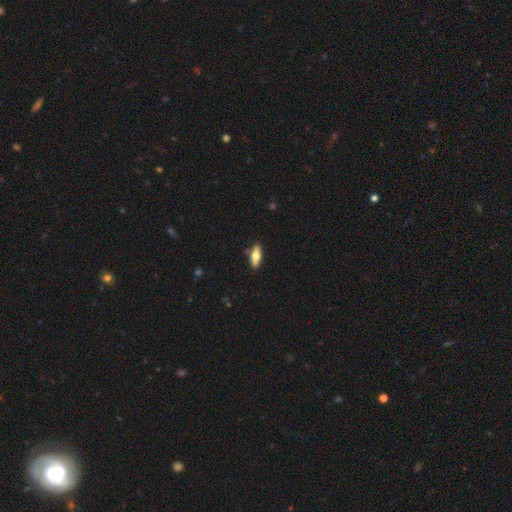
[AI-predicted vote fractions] A smooth galaxy with no disk features (60%) that is in between round and cigar-shaped (63%).

Vote fractions:
- Smooth or featured? smooth: 60% / featured or disk: 34% / star or artifact: 6%
- How rounded? in between: 63% / cigar-shaped: 34% / round: 3%
- Merging? none: 86% / minor disturbance: 10% / major disturbance: 2% / merger: 2%